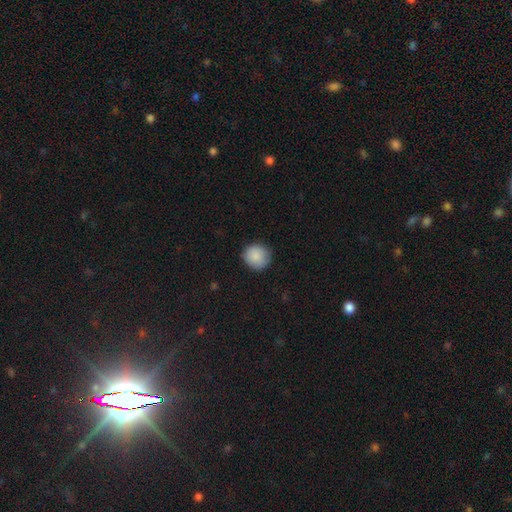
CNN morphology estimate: type=smooth (89%); roundness=round (91%); merging=none (86%).